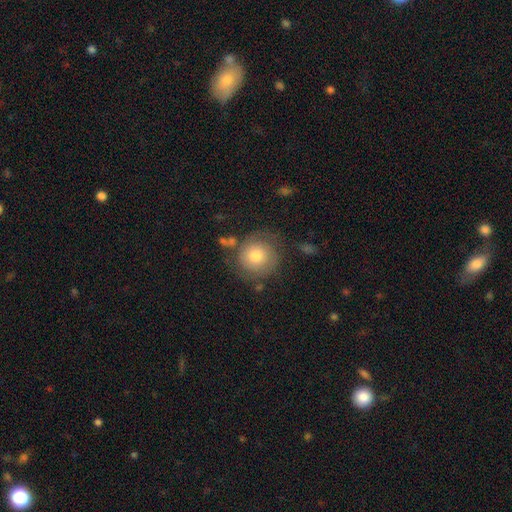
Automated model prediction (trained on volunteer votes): Smooth or featured? smooth (64%)
How rounded? round (92%)
Merging? none (67%)